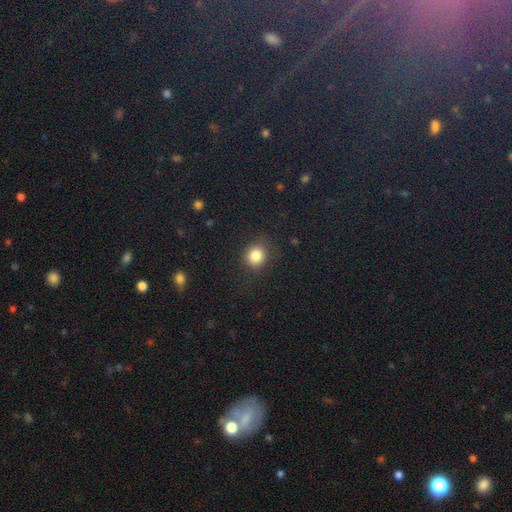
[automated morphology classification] type=smooth (84%); roundness=round (81%); merging=none (83%).